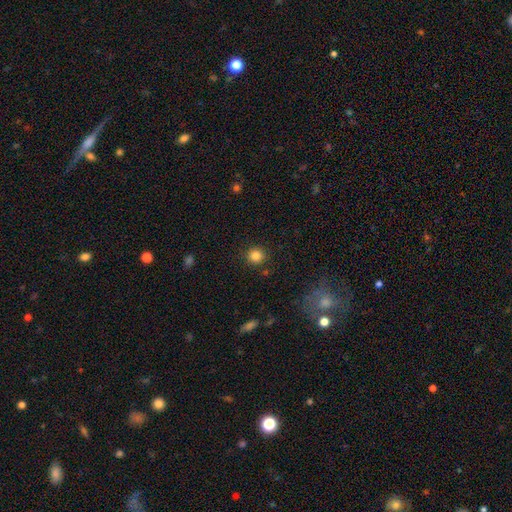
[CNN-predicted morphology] A smooth galaxy with no disk features (84%) that is round (92%).

Vote fractions:
- Smooth or featured? smooth: 84% / star or artifact: 11% / featured or disk: 4%
- How rounded? round: 92% / in between: 7% / cigar-shaped: 1%
- Merging? none: 89% / minor disturbance: 6% / major disturbance: 2% / merger: 2%